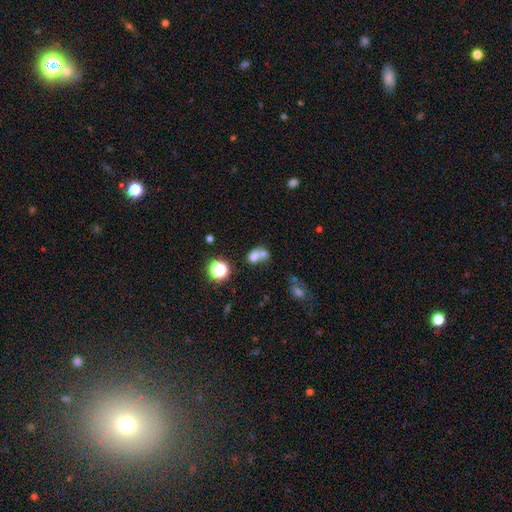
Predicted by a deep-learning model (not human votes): This is likely a smooth galaxy (69%). How rounded: possibly in between (52%). Merging: likely merger (62%).